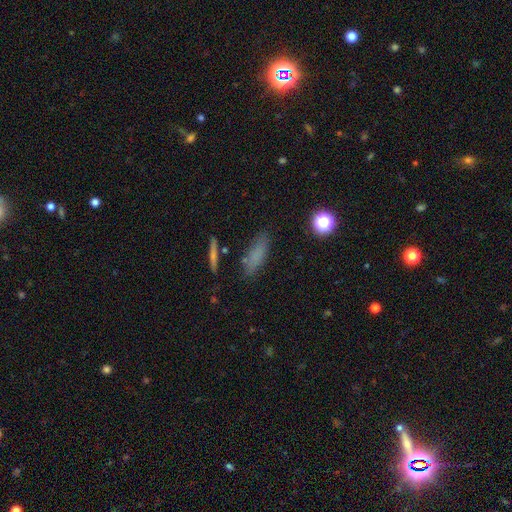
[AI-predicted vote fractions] Smooth or featured: smooth — 74% (featured or disk — 13%)
How rounded: cigar-shaped — 48% (tied with in between — 48%)
Merging: none — 78% (minor disturbance — 14%)